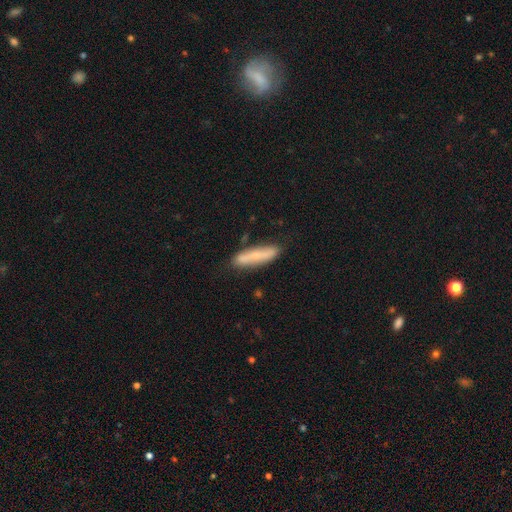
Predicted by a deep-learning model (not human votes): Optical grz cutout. It shows a smooth galaxy with no disk features (66%) that is cigar-shaped (80%). Merging: none (77%).